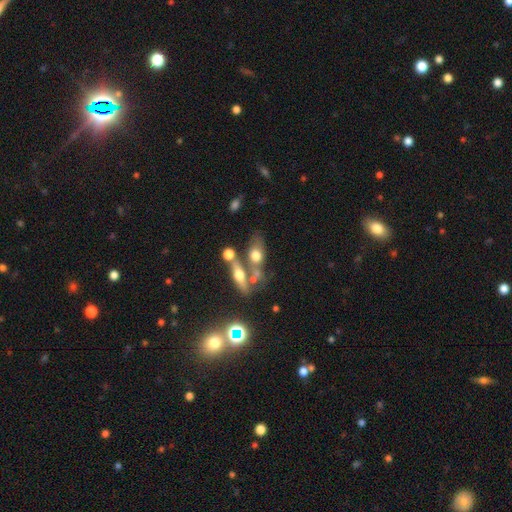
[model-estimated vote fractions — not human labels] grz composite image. It shows a smooth galaxy with no disk features (55%) that is in between round and cigar-shaped (65%). Merging: merger (40%).